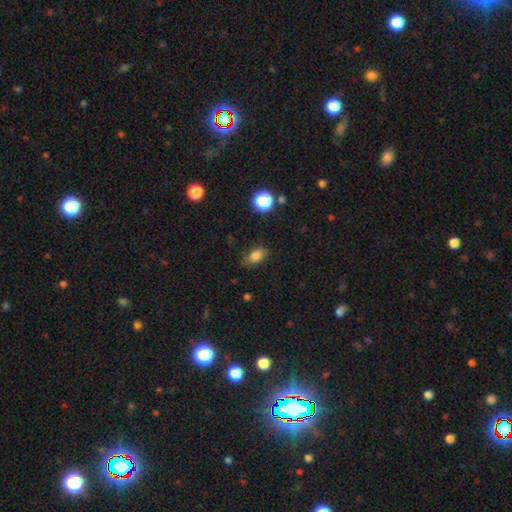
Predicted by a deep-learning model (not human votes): The model was most divided on "merging": none: 76%, minor disturbance: 18%, major disturbance: 4%, merger: 1%. More confident: smooth or featured — smooth (82%); how rounded — in between (82%).